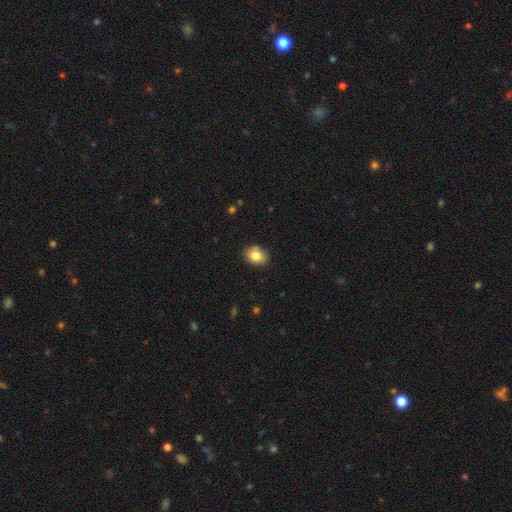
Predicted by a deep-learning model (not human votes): Smooth or featured: smooth — 82% (star or artifact — 9%)
How rounded: in between — 52% (round — 47%)
Merging: none — 81% (minor disturbance — 14%)